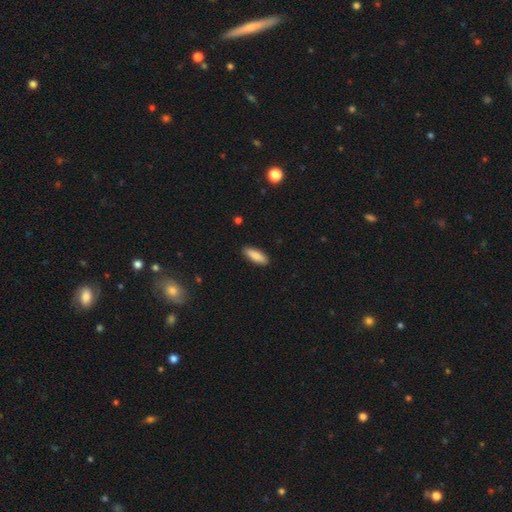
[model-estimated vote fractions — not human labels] Smooth or featured: smooth — 84% (featured or disk — 10%)
How rounded: in between — 55% (cigar-shaped — 43%)
Merging: none — 89% (minor disturbance — 8%)